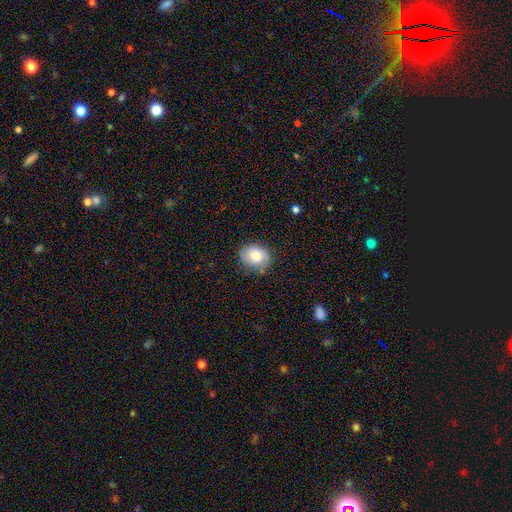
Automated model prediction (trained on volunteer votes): A smooth galaxy with no disk features (76%) that is in between round and cigar-shaped (54%). Merging: none (74%).